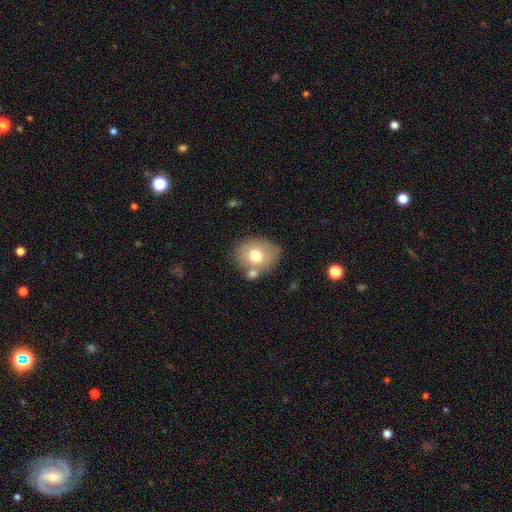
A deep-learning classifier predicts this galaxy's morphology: Smooth or featured: smooth — 70% (featured or disk — 21%)
How rounded: round — 57% (in between — 42%)
Merging: none — 62% (merger — 18%)